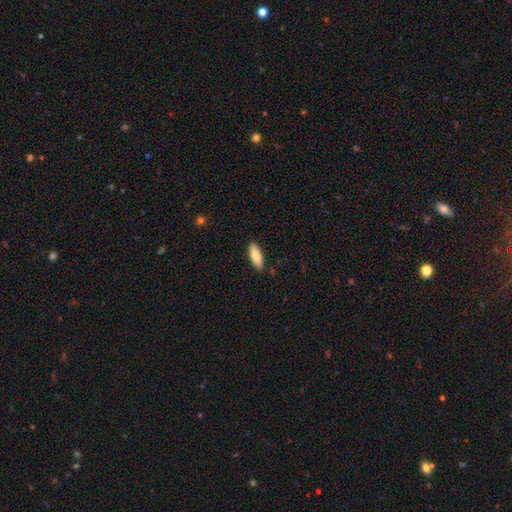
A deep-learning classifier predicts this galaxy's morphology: smooth-or-featured: smooth: 85% | featured or disk: 9% | star or artifact: 6%
  how-rounded: in between: 70% | cigar-shaped: 29% | round: 2%
  merging: none: 88% | minor disturbance: 9% | major disturbance: 2% | merger: 1%